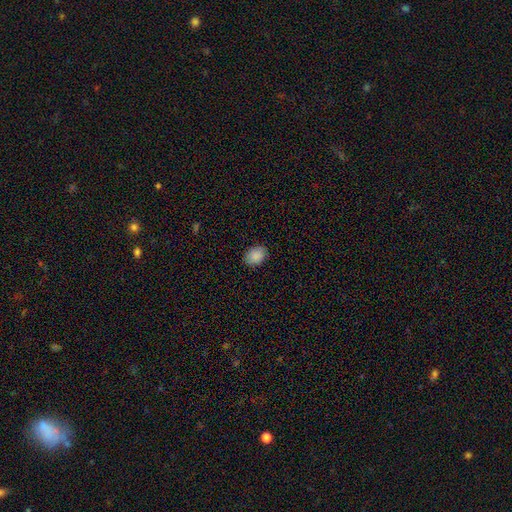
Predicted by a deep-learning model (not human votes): Morphology: type=smooth (89%); roundness=in between (70%); merging=none (86%).